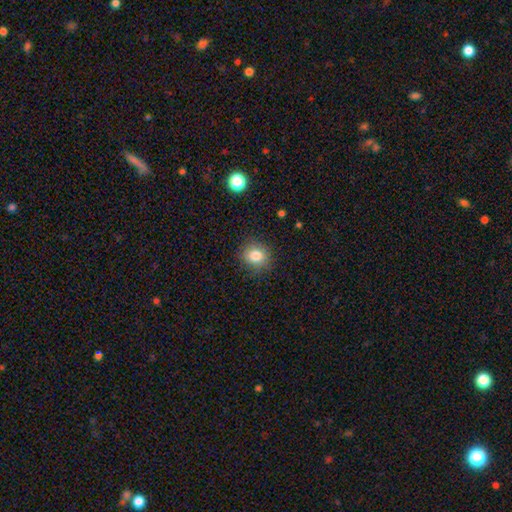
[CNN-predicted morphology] This is clearly a smooth galaxy (82%). How rounded: likely round (76%). Merging: clearly none (84%).